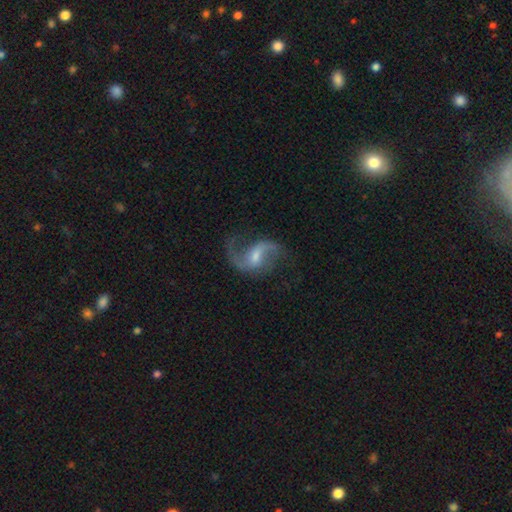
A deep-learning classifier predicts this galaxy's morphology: type=featured or disk (88%); edge-on=no (98%); bar=weak (55%); spiral arms=yes (96%); winding=loose (68%); arm count=2 (88%); bulge=small (44%); merging=none (69%).